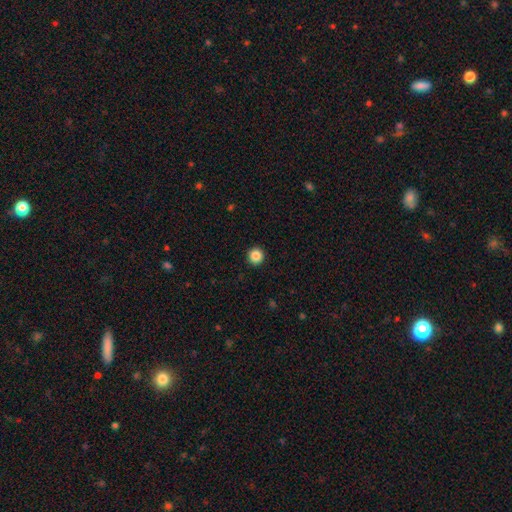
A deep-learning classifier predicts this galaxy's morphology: Smooth or featured? Predicted: smooth (p=0.86). How rounded? Predicted: round (p=0.95). Merging? Predicted: none (p=0.93).